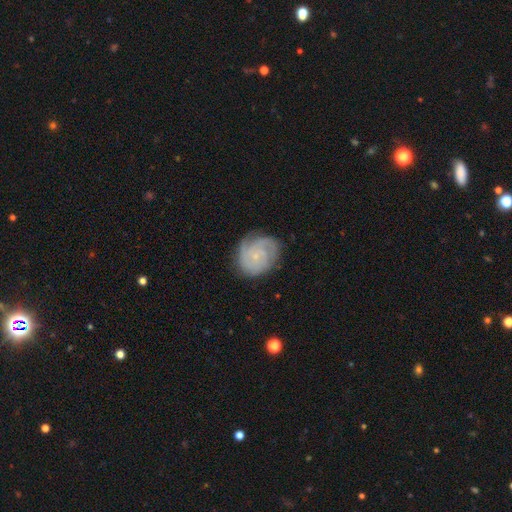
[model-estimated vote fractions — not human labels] Smooth or featured: featured or disk — 79% (smooth — 15%)
Edge-on disk: no — 98% (yes — 2%)
Bar: no — 76% (weak — 21%)
Spiral arms: yes — 96% (no — 4%)
Spiral winding: tight — 69% (medium — 26%)
Spiral arm count: 3 — 34% (can't tell — 23%)
Bulge size: small — 78% (moderate — 11%)
Merging: none — 74% (minor disturbance — 19%)